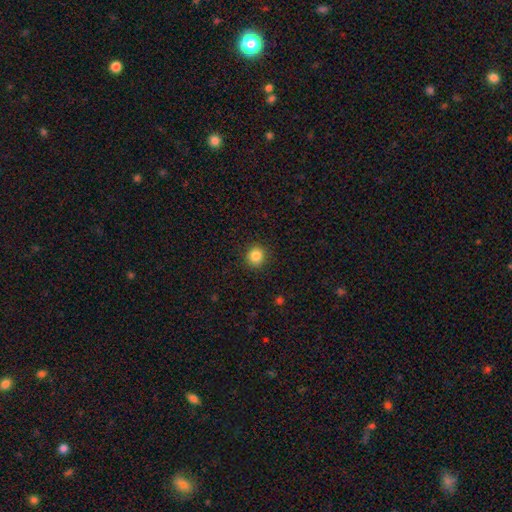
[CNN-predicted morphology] A smooth galaxy with no disk features (85%) that is round (88%). Merging: none (90%).